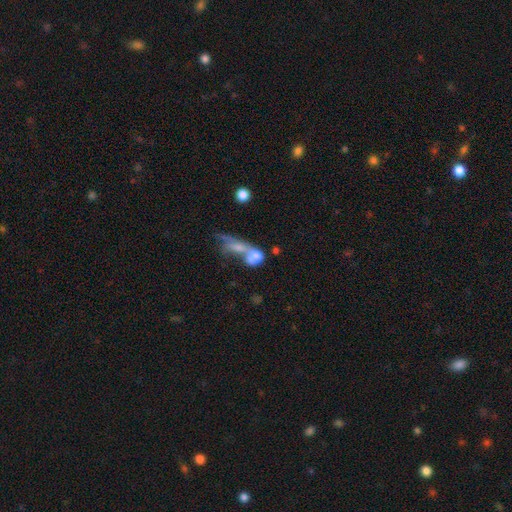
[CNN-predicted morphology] This appears to be a smooth galaxy with no disk features (68%) that is in between round and cigar-shaped (55%). Merging: merger (67%).